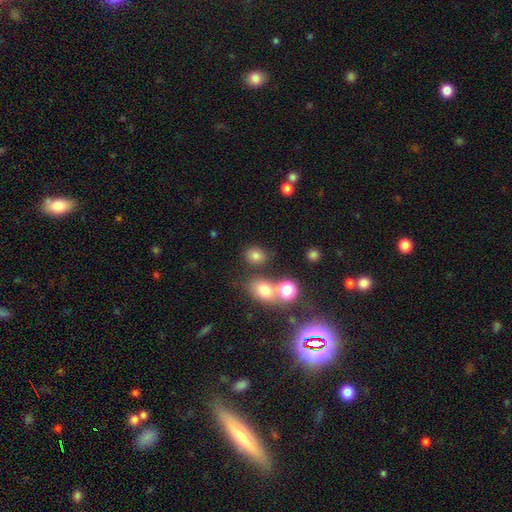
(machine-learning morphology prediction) smooth-or-featured: smooth: 76% | star or artifact: 16% | featured or disk: 8%
  how-rounded: round: 65% | in between: 34% | cigar-shaped: 1%
  merging: none: 72% | merger: 13% | minor disturbance: 10% | major disturbance: 4%